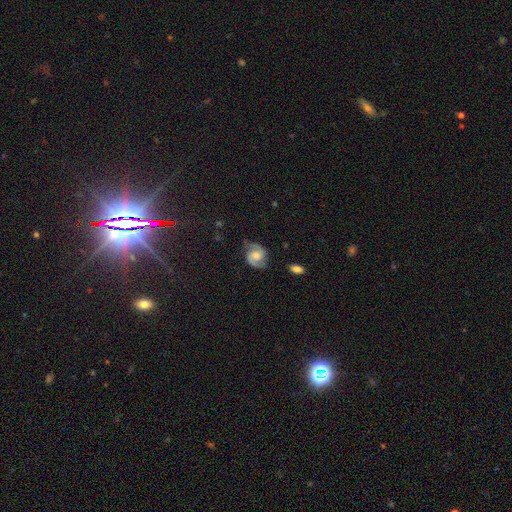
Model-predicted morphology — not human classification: Smooth or featured? Predicted: featured or disk (p=0.82). Edge-on disk? Predicted: no (p=0.98). Bar? Predicted: no (p=0.51). Spiral arms? Predicted: yes (p=0.97). Spiral winding? Predicted: medium (p=0.53). Spiral arm count? Predicted: 2 (p=0.92). Bulge size? Predicted: moderate (p=0.42). Merging? Predicted: none (p=0.76).